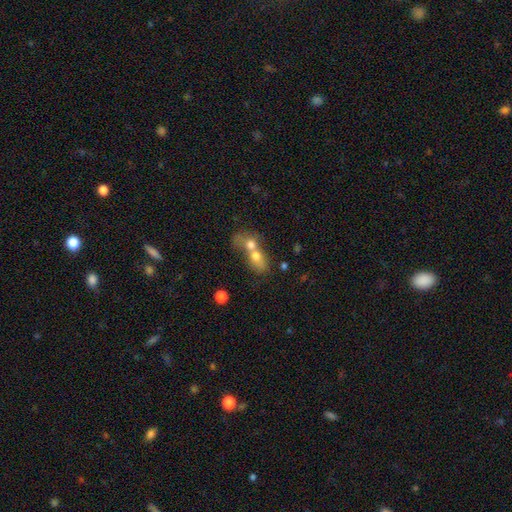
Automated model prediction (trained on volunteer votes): smooth_or_featured: smooth (p=0.67) [alt: featured or disk p=0.23]
how_rounded: in between (p=0.57) [alt: round p=0.39]
merging: merger (p=0.80) [alt: none p=0.11]